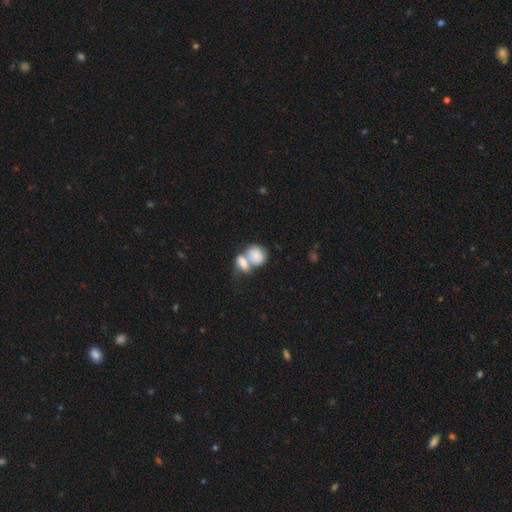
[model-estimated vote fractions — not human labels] smooth_or_featured: smooth (p=0.79) [alt: featured or disk p=0.14]
how_rounded: in between (p=0.54) [alt: round p=0.44]
merging: merger (p=0.68) [alt: none p=0.20]